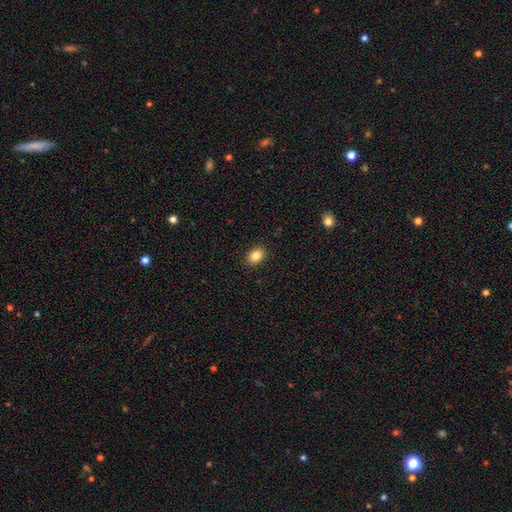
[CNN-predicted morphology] This is clearly a smooth galaxy (85%). How rounded: likely in between (75%). Merging: clearly none (90%).